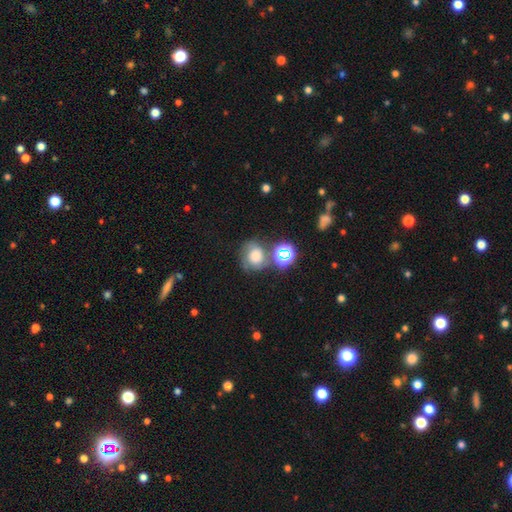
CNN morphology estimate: smooth 46%, featured or disk 33%, star or artifact 21%. Down the decision tree: merging — none (52%).